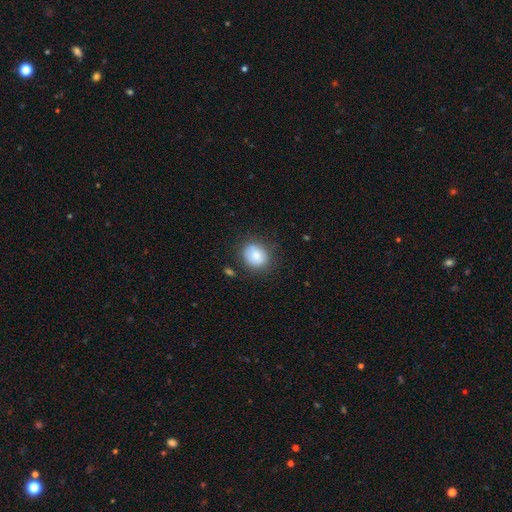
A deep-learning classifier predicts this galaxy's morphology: Smooth or featured? smooth (83%)
How rounded? round (58%)
Merging? none (76%)